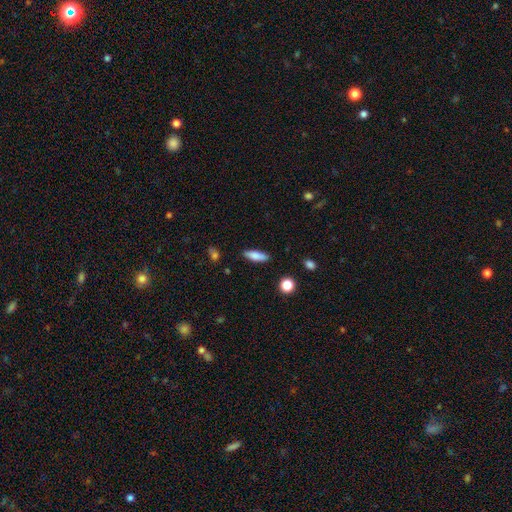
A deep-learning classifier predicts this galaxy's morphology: smooth-or-featured: smooth: 79% | featured or disk: 13% | star or artifact: 7%
  how-rounded: in between: 51% | cigar-shaped: 47% | round: 2%
  merging: none: 85% | minor disturbance: 11% | major disturbance: 2% | merger: 2%